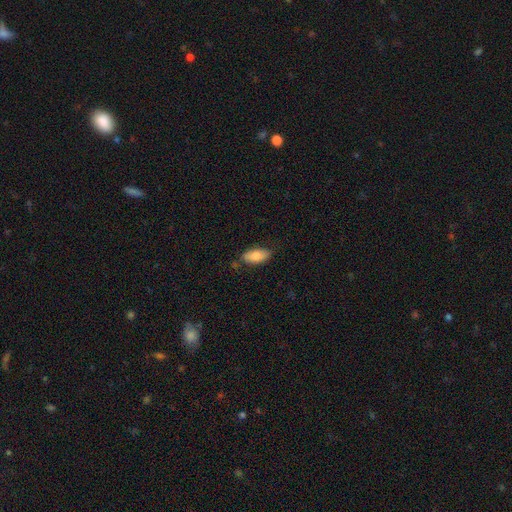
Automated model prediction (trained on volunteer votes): smooth-or-featured: smooth: 82% | featured or disk: 12% | star or artifact: 7%
  how-rounded: in between: 89% | cigar-shaped: 8% | round: 2%
  merging: none: 77% | minor disturbance: 18% | major disturbance: 3% | merger: 3%